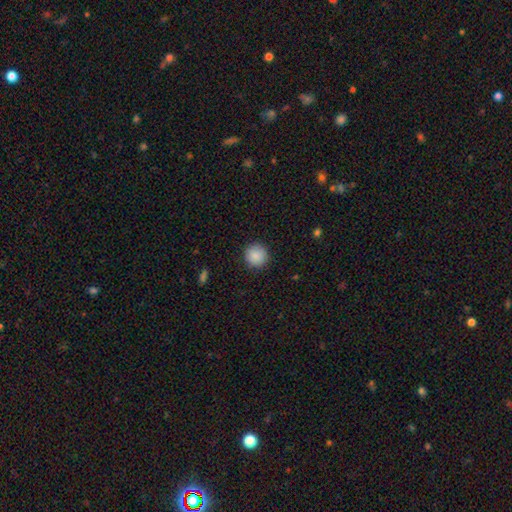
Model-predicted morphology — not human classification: smooth_or_featured: smooth (p=0.89) [alt: star or artifact p=0.08]
how_rounded: round (p=0.94) [alt: in between p=0.05]
merging: none (p=0.91) [alt: minor disturbance p=0.06]